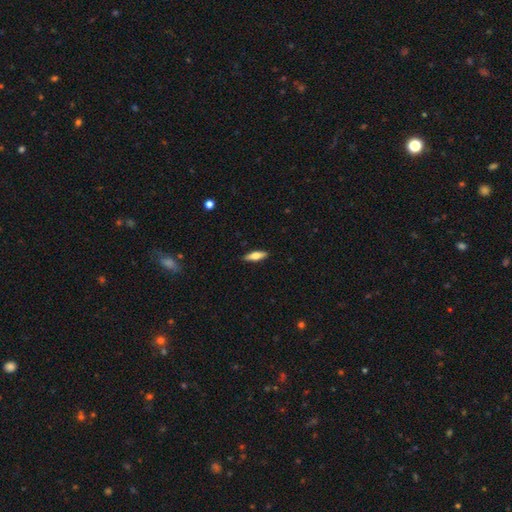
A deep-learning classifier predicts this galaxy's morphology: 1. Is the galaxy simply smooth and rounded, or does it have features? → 62% smooth, 32% featured or disk, 6% star or artifact.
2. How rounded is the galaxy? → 51% cigar-shaped, 47% in between, 2% round.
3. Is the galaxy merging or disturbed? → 90% none, 8% minor disturbance, 2% major disturbance, 1% merger.